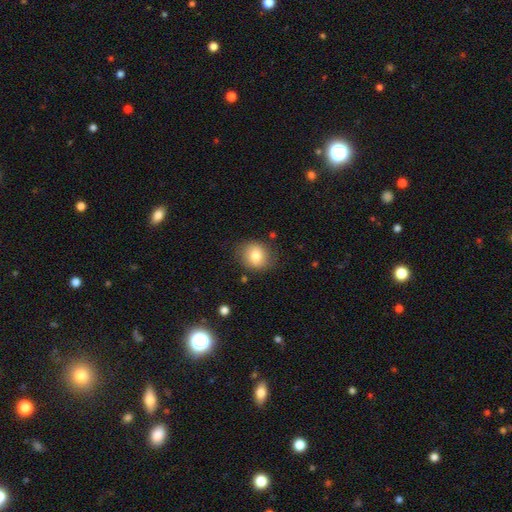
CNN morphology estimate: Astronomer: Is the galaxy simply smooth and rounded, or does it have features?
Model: smooth — 79%.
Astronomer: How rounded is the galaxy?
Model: round — 71%.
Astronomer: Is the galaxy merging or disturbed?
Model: none — 81%.